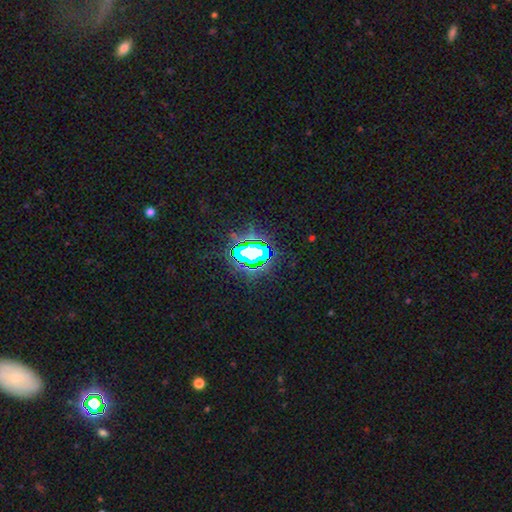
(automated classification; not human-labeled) A star or artifact, not a galaxy (77%).